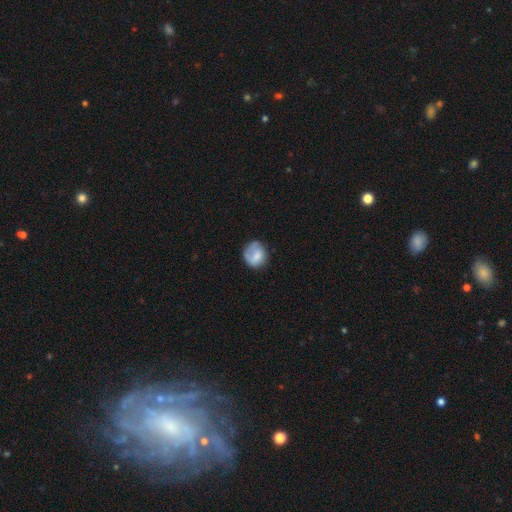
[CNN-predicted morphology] Smooth or featured? Predicted: smooth (p=0.65). How rounded? Predicted: round (p=0.74). Merging? Predicted: none (p=0.58).